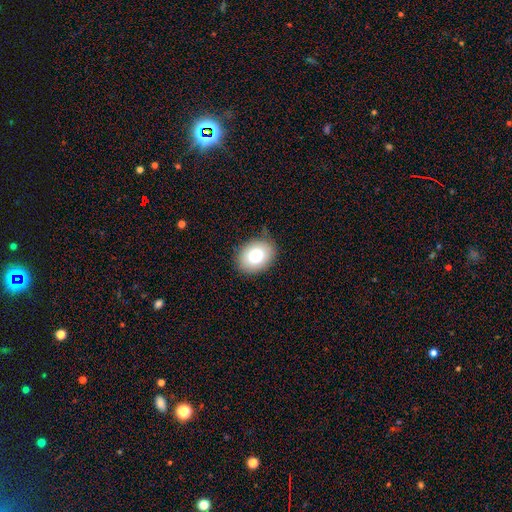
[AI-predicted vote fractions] A smooth galaxy with no disk features (81%) that is in between round and cigar-shaped (67%).

Vote fractions:
- Smooth or featured? smooth: 81% / featured or disk: 11% / star or artifact: 8%
- How rounded? in between: 67% / round: 32% / cigar-shaped: 1%
- Merging? none: 82% / minor disturbance: 13% / major disturbance: 3% / merger: 1%